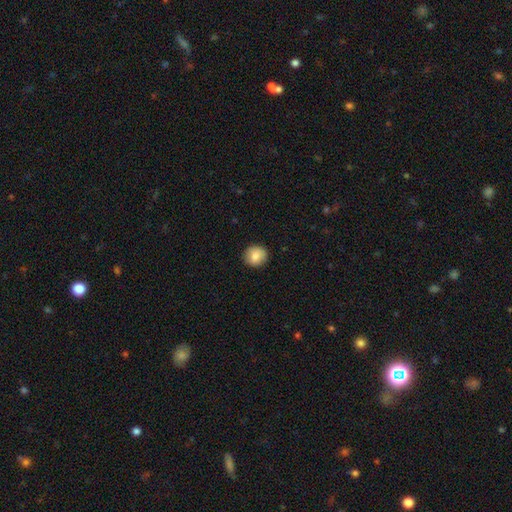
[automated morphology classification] Smooth or featured? smooth (86%)
How rounded? round (87%)
Merging? none (89%)